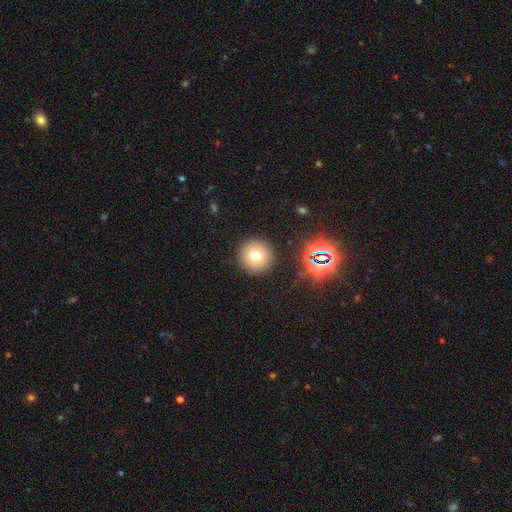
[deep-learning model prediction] Overall: smooth (70%). How rounded: round (96%). Merging: none (91%).